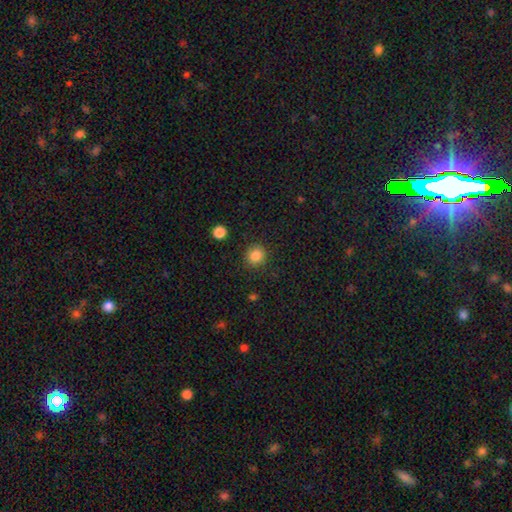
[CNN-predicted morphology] Smooth or featured? Predicted: smooth (p=0.85). How rounded? Predicted: round (p=0.90). Merging? Predicted: none (p=0.89).